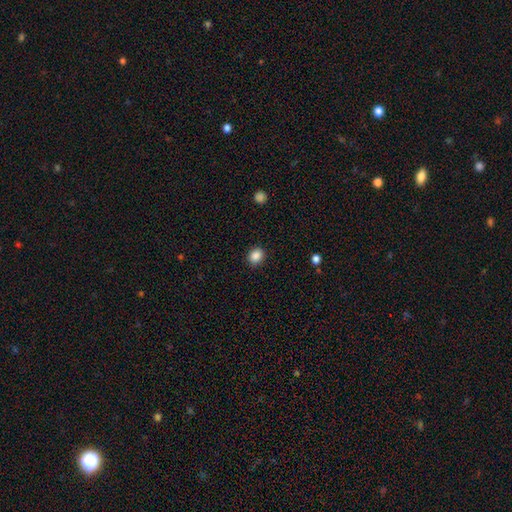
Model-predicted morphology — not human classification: smooth 87%, star or artifact 10%, featured or disk 3%. Down the decision tree: how rounded — round (64%); merging — none (89%).